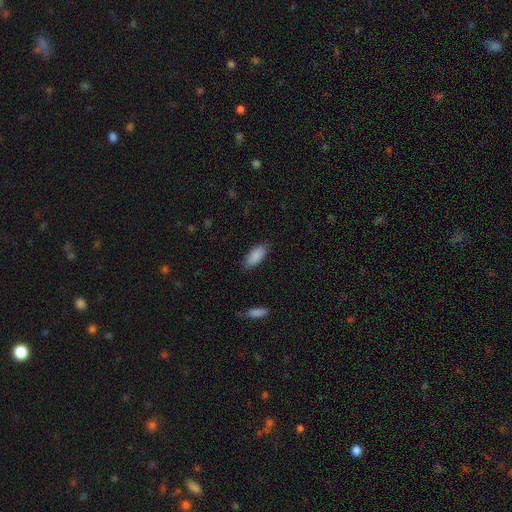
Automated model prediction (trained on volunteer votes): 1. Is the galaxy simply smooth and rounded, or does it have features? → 89% smooth, 6% star or artifact, 5% featured or disk.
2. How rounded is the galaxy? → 84% in between, 14% cigar-shaped, 2% round.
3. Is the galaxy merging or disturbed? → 85% none, 12% minor disturbance, 3% major disturbance, 1% merger.